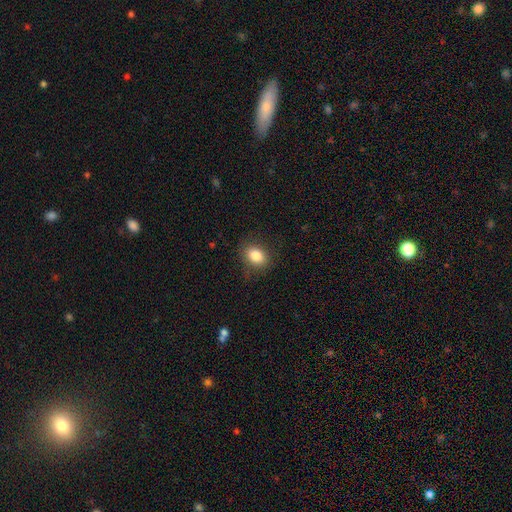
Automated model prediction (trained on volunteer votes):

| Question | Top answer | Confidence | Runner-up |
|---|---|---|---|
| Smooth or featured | smooth | 84% | star or artifact (9%) |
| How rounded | in between | 71% | round (28%) |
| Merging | none | 82% | minor disturbance (13%) |